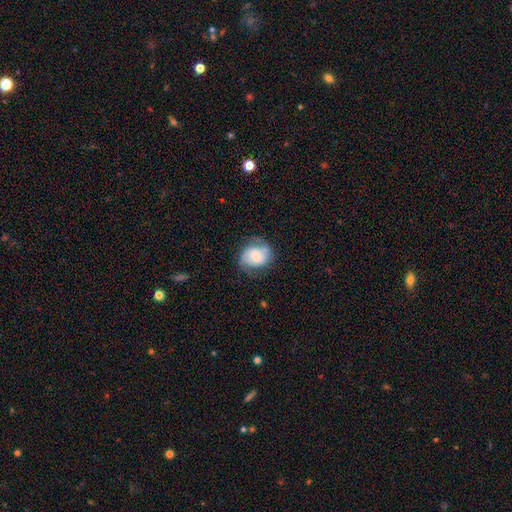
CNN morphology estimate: Overall: smooth (47%; featured or disk 45%). Merging: none (58%; minor disturbance 27%).